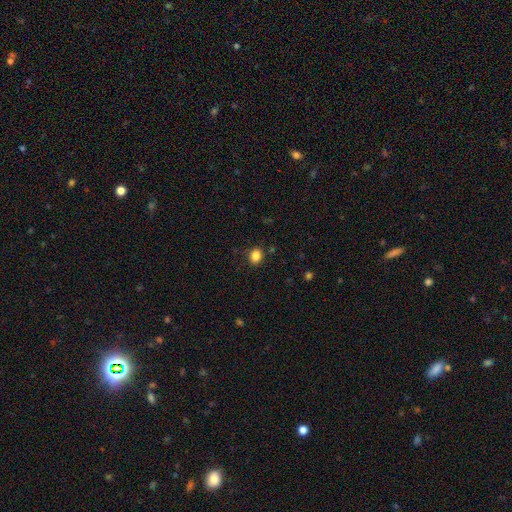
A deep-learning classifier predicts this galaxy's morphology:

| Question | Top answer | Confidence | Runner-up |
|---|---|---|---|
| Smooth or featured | smooth | 85% | star or artifact (11%) |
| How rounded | in between | 51% | round (48%) |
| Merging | none | 86% | minor disturbance (10%) |